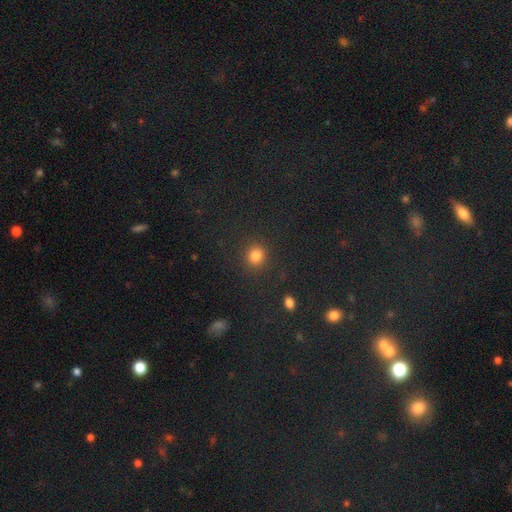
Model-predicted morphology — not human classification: Overall: smooth (82%). How rounded: round (86%). Merging: none (88%).